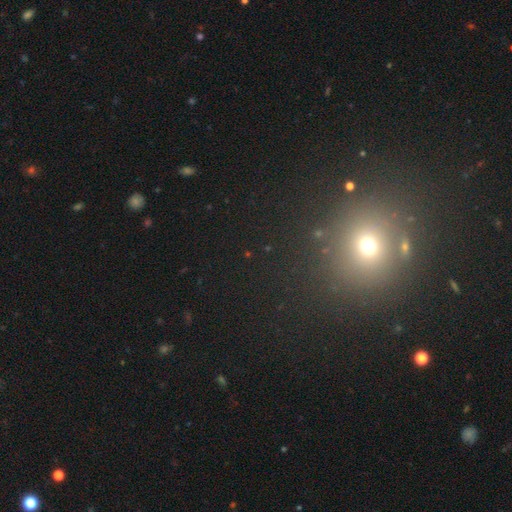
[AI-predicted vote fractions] Smooth or featured? star or artifact (49%)